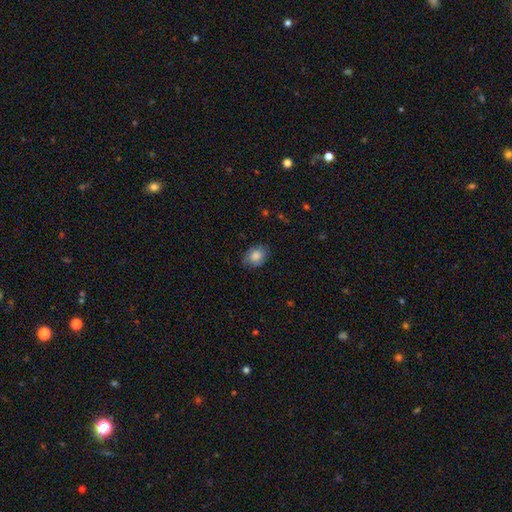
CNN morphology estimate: Smooth or featured? smooth (81%)
How rounded? in between (74%)
Merging? none (80%)